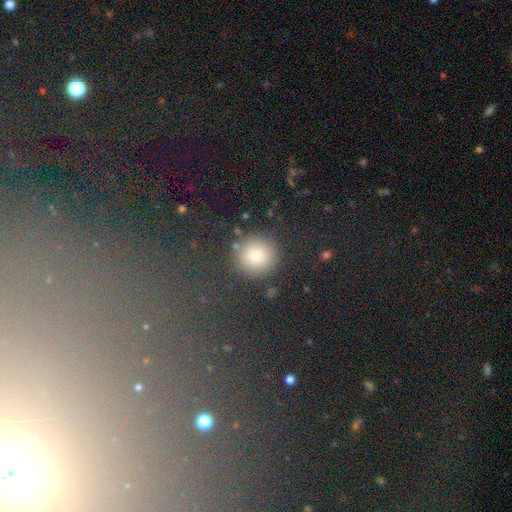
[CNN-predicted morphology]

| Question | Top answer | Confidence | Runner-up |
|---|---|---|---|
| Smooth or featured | smooth | 80% | star or artifact (13%) |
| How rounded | round | 85% | in between (12%) |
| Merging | none | 77% | minor disturbance (11%) |